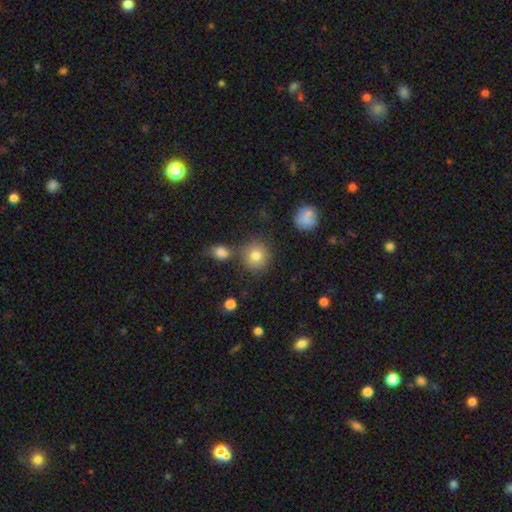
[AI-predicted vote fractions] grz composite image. It shows a smooth galaxy with no disk features (80%) that is round (90%). Merging: none (76%).